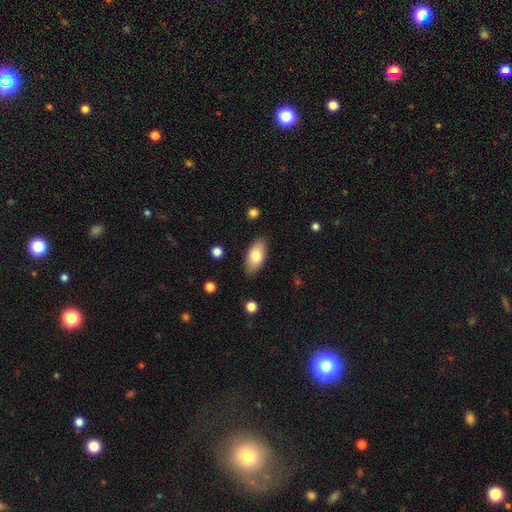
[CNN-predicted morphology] A smooth galaxy with no disk features (78%) that is in between round and cigar-shaped (91%). Merging: none (85%).